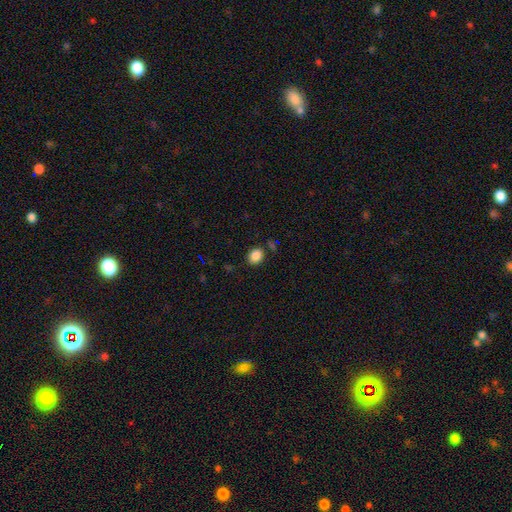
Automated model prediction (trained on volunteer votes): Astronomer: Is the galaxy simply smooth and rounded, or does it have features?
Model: smooth — 87%.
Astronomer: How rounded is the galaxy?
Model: round — 52% (runner-up: in between, 48%).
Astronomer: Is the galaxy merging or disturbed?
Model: none — 83%.